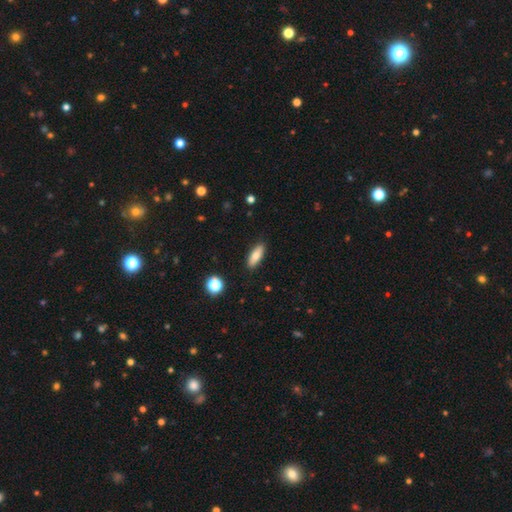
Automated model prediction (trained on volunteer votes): The model was most divided on "how rounded": in between: 64%, cigar-shaped: 34%, round: 3%. More confident: merging — none (88%); smooth or featured — smooth (77%).